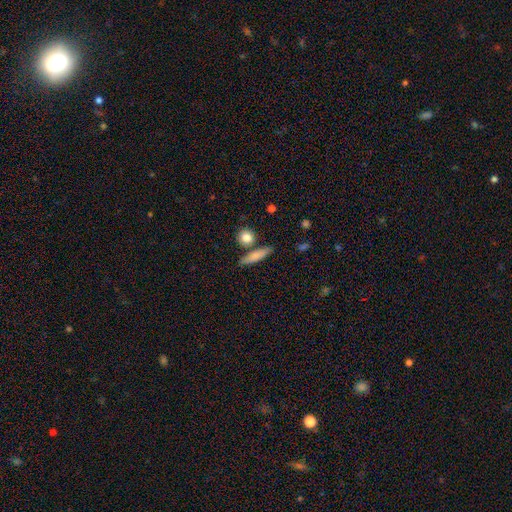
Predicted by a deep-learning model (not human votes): smooth-or-featured: smooth: 76% | featured or disk: 17% | star or artifact: 7%
  how-rounded: cigar-shaped: 74% | in between: 20% | round: 6%
  merging: none: 77% | minor disturbance: 11% | merger: 9% | major disturbance: 3%